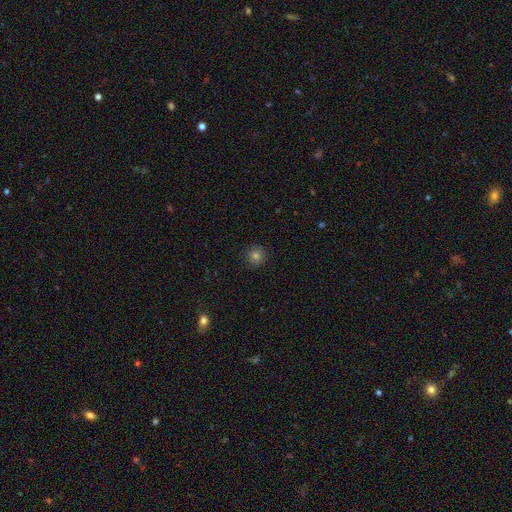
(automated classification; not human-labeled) The model was most divided on "smooth or featured": smooth: 78%, star or artifact: 15%, featured or disk: 7%. More confident: how rounded — round (95%); merging — none (91%).